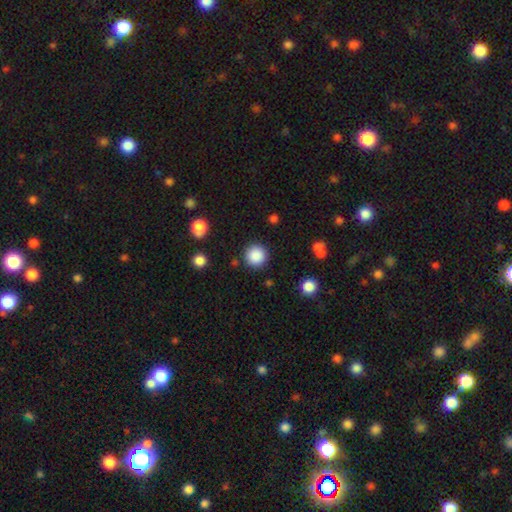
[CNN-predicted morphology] smooth-or-featured: smooth: 87% | star or artifact: 9% | featured or disk: 3%
  how-rounded: round: 95% | in between: 4% | cigar-shaped: 1%
  merging: none: 89% | minor disturbance: 6% | major disturbance: 3% | merger: 2%